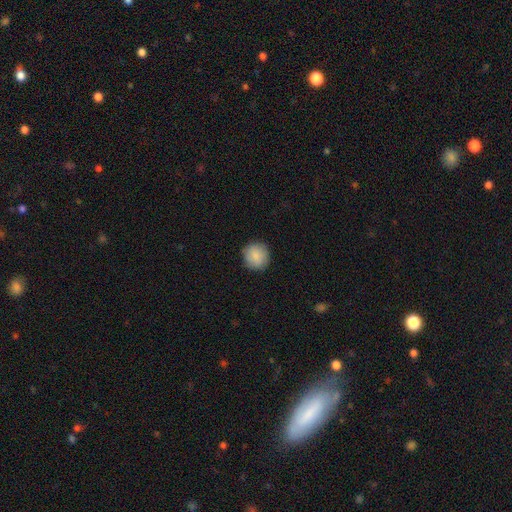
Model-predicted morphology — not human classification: The model was most divided on "merging": none: 87%, minor disturbance: 10%, major disturbance: 2%, merger: 1%. More confident: how rounded — round (91%); smooth or featured — smooth (87%).